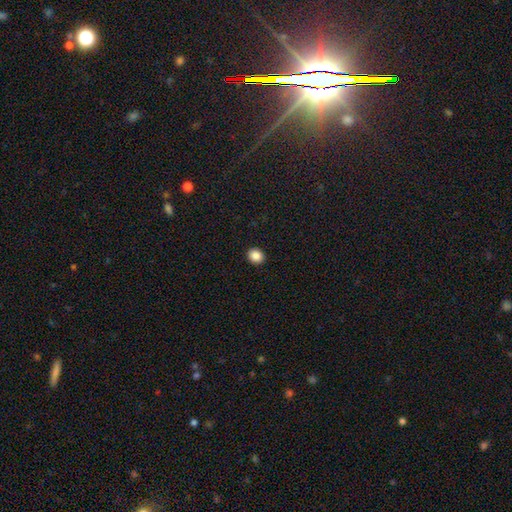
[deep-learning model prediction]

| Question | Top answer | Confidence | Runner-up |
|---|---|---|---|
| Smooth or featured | smooth | 87% | star or artifact (9%) |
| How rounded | round | 66% | in between (33%) |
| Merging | none | 93% | minor disturbance (5%) |